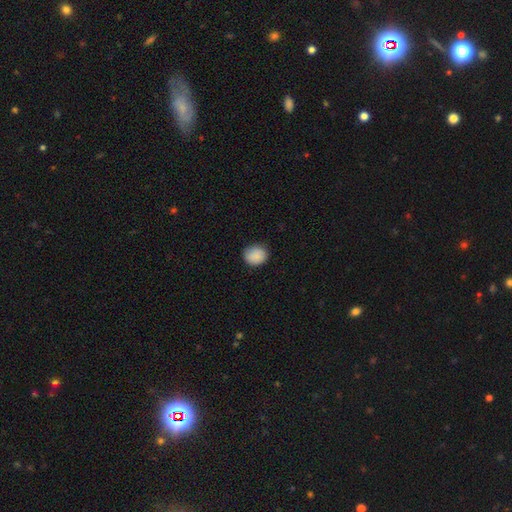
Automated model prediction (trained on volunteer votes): Smooth or featured? Predicted: smooth (p=0.89). How rounded? Predicted: round (p=0.71). Merging? Predicted: none (p=0.83).